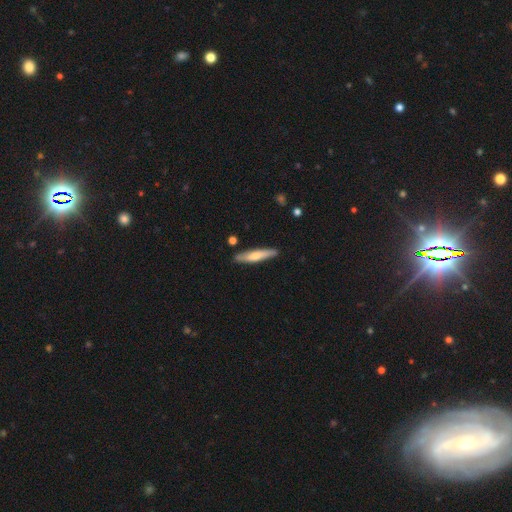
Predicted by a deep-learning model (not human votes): Morphology: type=smooth (59%); roundness=cigar-shaped (87%); merging=none (86%).